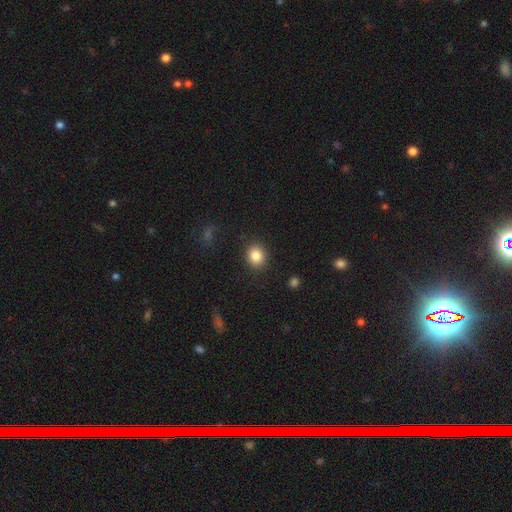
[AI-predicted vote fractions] A smooth galaxy with no disk features (85%) that is round (71%).

Vote fractions:
- Smooth or featured? smooth: 85% / star or artifact: 9% / featured or disk: 5%
- How rounded? round: 71% / in between: 28% / cigar-shaped: 1%
- Merging? none: 88% / minor disturbance: 8% / major disturbance: 3% / merger: 1%